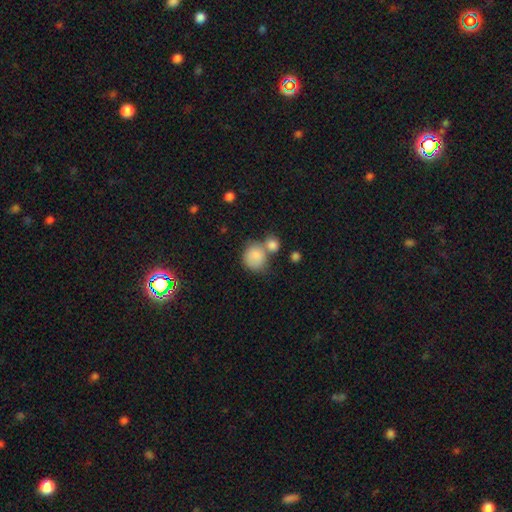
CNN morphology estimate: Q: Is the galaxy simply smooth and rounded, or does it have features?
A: smooth — 84%.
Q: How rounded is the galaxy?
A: round — 78%.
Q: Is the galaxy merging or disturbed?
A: none — 41%.